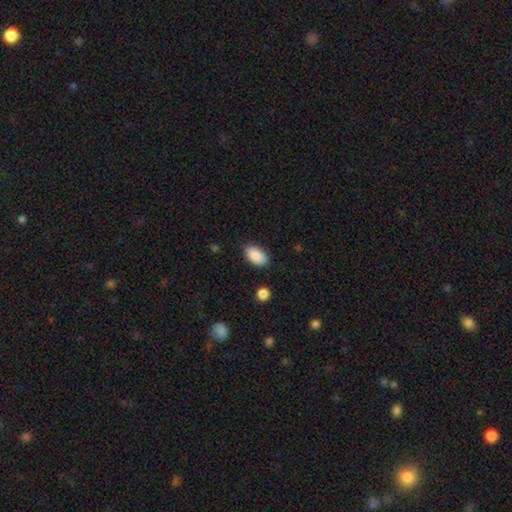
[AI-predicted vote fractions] A smooth galaxy with no disk features (90%) that is in between round and cigar-shaped (93%).

Vote fractions:
- Smooth or featured? smooth: 90% / star or artifact: 7% / featured or disk: 4%
- How rounded? in between: 93% / round: 4% / cigar-shaped: 2%
- Merging? none: 86% / minor disturbance: 10% / major disturbance: 2% / merger: 2%